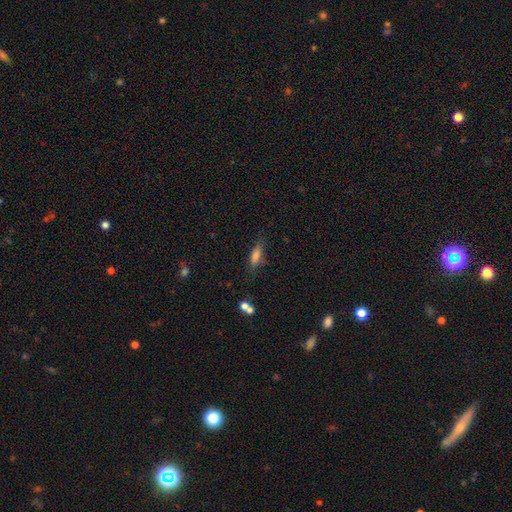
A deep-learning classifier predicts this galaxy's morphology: Q: Smooth or featured?
A: smooth (75%); runner-up: featured or disk (15%)
Q: How rounded?
A: in between (51%); runner-up: cigar-shaped (46%)
Q: Merging?
A: none (72%); runner-up: minor disturbance (19%)